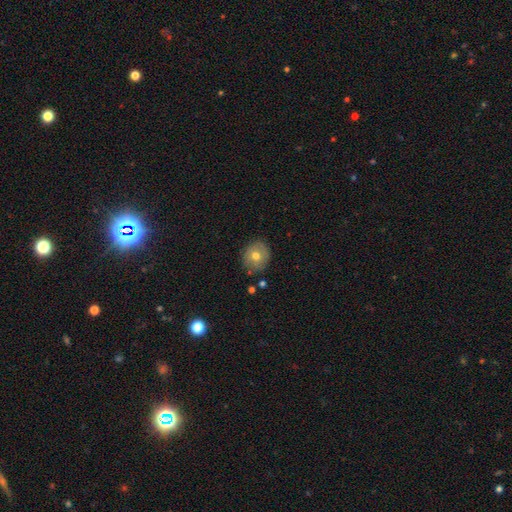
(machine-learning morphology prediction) A smooth galaxy with no disk features (68%) that is round (82%).

Vote fractions:
- Smooth or featured? smooth: 68% / featured or disk: 22% / star or artifact: 9%
- How rounded? round: 82% / in between: 17% / cigar-shaped: 1%
- Merging? none: 81% / minor disturbance: 13% / major disturbance: 3% / merger: 3%